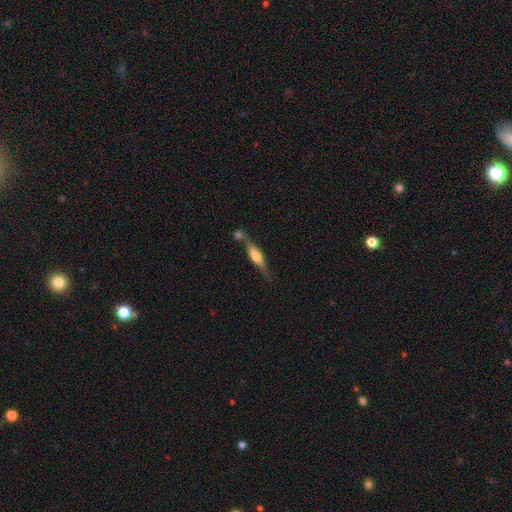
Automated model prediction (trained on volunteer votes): Smooth or featured?
  - featured or disk: 49% *
  - smooth: 44%
  - star or artifact: 7%
Merging?
  - none: 54% *
  - merger: 25%
  - minor disturbance: 16%
  - major disturbance: 6%